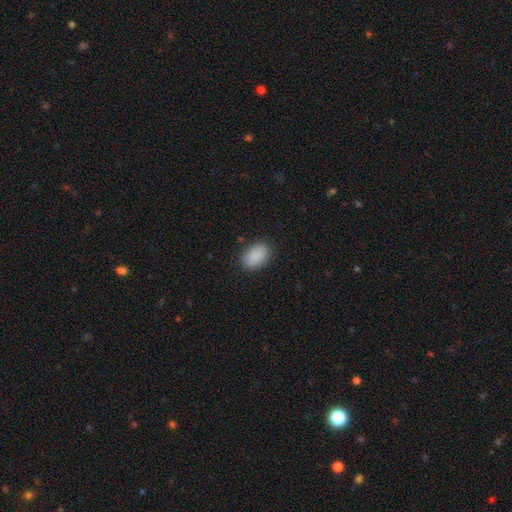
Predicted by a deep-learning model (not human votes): Overall: smooth (90%). How rounded: in between (89%). Merging: none (85%).